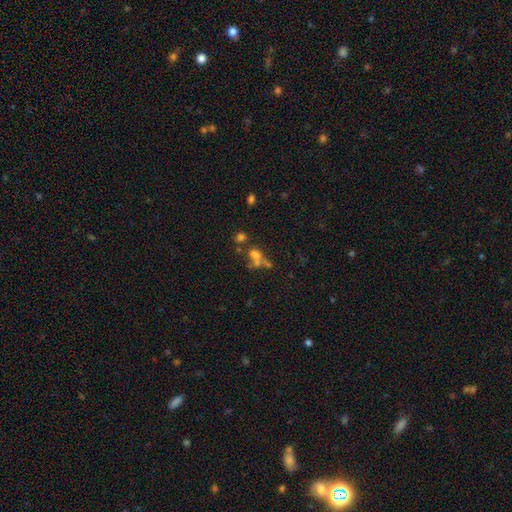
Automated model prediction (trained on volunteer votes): smooth-or-featured: smooth: 50% | star or artifact: 26% | featured or disk: 24%
  merging: merger: 46% | none: 34% | major disturbance: 10% | minor disturbance: 10%